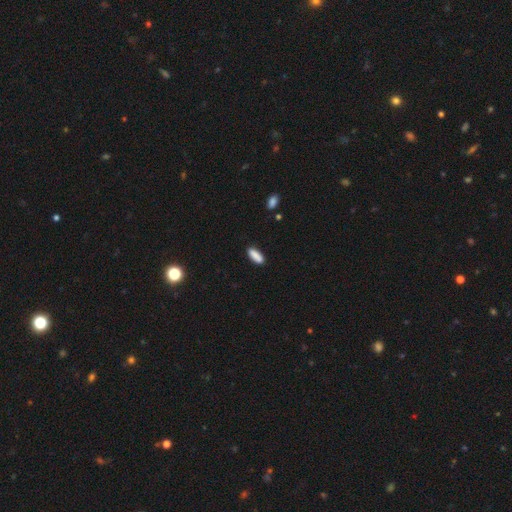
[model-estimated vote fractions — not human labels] The model was most divided on "how rounded": in between: 62%, cigar-shaped: 36%, round: 2%. More confident: smooth or featured — smooth (88%); merging — none (85%).